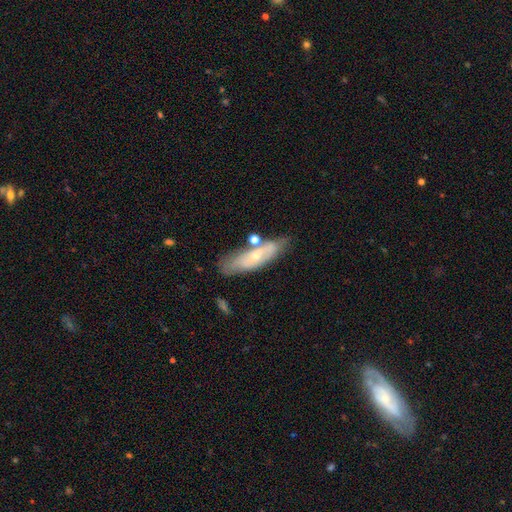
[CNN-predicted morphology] This is possibly a featured or disk galaxy (50%). Merging: likely none (62%).